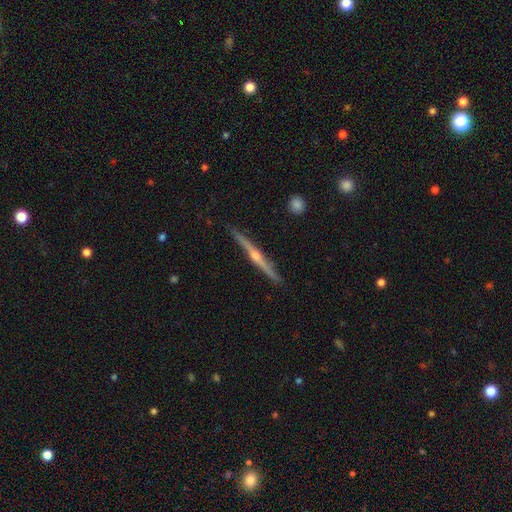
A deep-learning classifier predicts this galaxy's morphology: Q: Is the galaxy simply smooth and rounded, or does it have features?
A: featured or disk — 81%.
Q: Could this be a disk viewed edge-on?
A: yes — 98%.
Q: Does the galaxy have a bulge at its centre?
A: rounded — 88%.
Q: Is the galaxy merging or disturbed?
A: none — 89%.